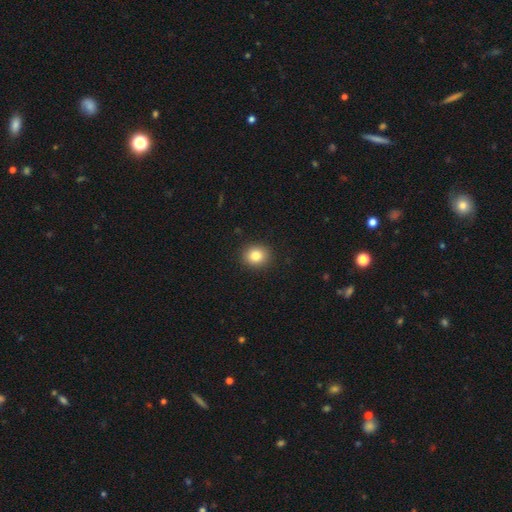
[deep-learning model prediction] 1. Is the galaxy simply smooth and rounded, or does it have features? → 83% smooth, 10% star or artifact, 7% featured or disk.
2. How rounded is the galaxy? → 80% round, 19% in between, 1% cigar-shaped.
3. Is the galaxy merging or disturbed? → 91% none, 6% minor disturbance, 2% major disturbance, 1% merger.